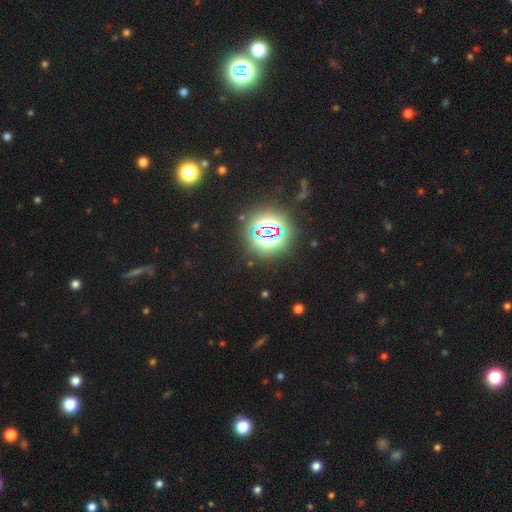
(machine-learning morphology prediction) A star or artifact, not a galaxy (68%).

Vote fractions:
- Smooth or featured? star or artifact: 68% / smooth: 26% / featured or disk: 6%